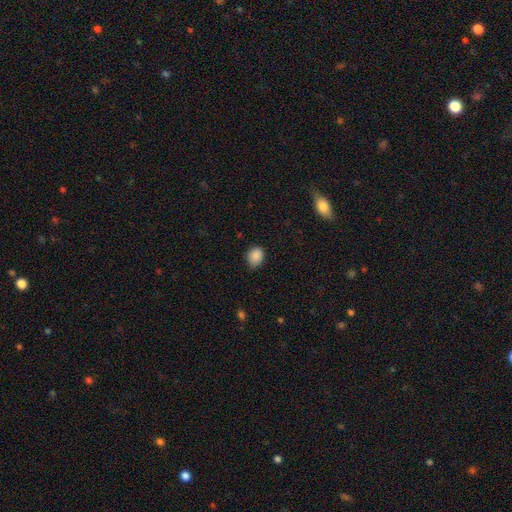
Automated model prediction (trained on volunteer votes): Q: Smooth or featured?
A: smooth (87%); runner-up: star or artifact (9%)
Q: How rounded?
A: in between (50%); runner-up: round (49%)
Q: Merging?
A: none (69%); runner-up: minor disturbance (25%)